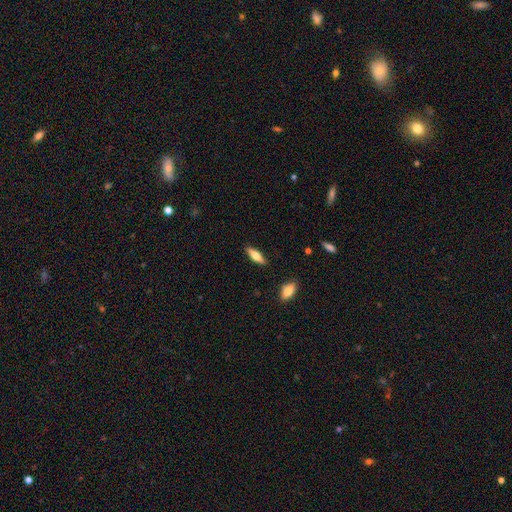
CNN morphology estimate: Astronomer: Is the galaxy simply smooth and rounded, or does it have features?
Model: smooth — 56% (runner-up: featured or disk, 38%).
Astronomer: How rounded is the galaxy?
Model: cigar-shaped — 50% (runner-up: in between, 48%).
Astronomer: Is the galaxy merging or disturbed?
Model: none — 88%.